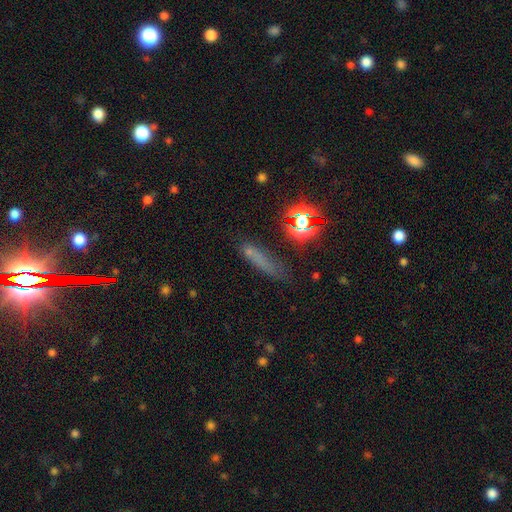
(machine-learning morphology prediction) Smooth or featured? Predicted: smooth (p=0.50). How rounded? Predicted: cigar-shaped (p=0.77). Merging? Predicted: none (p=0.74).